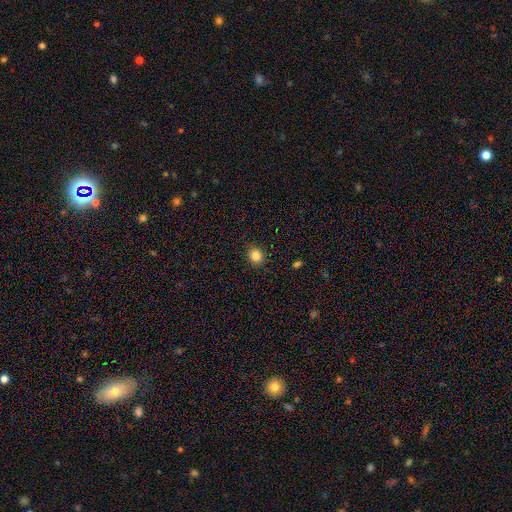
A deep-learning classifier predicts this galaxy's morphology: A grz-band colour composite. It shows a smooth galaxy with no disk features (84%) that is round (82%). Merging: none (90%).